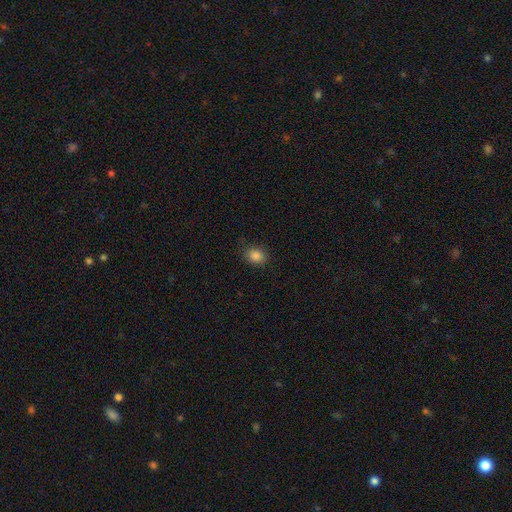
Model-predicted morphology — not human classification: Smooth or featured? smooth (85%)
How rounded? in between (53%)
Merging? none (83%)